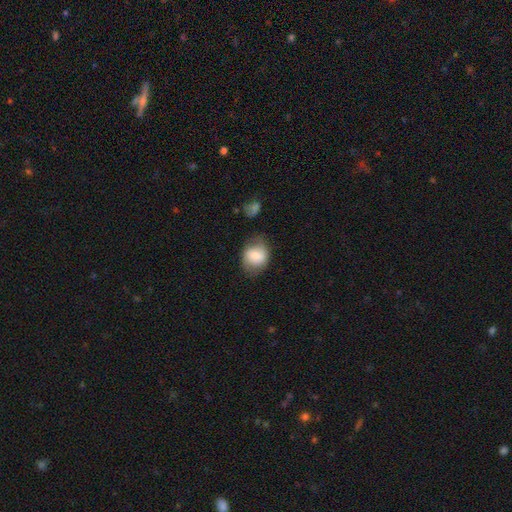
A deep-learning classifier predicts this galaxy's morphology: smooth_or_featured: smooth (p=0.73) [alt: featured or disk p=0.19]
how_rounded: round (p=0.52) [alt: in between p=0.47]
merging: none (p=0.60) [alt: minor disturbance p=0.26]